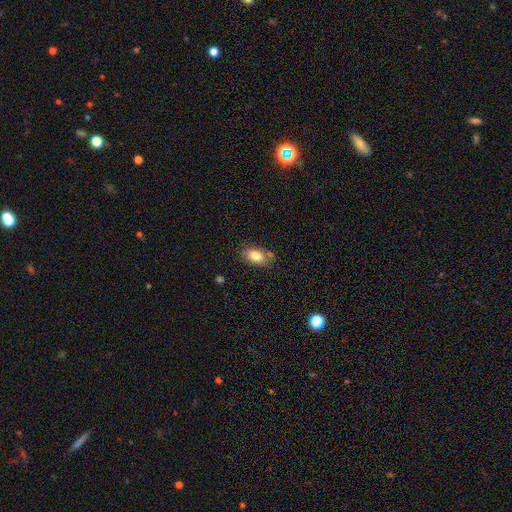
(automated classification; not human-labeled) This is clearly a smooth galaxy (83%). How rounded: clearly in between (90%). Merging: likely none (74%).